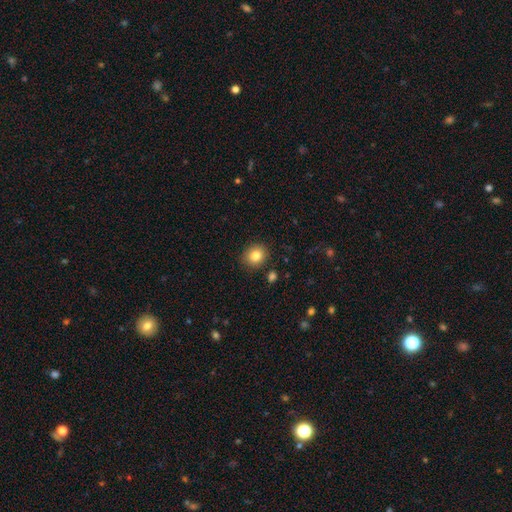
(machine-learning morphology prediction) This is clearly a smooth galaxy (83%). How rounded: likely round (79%). Merging: clearly none (88%).